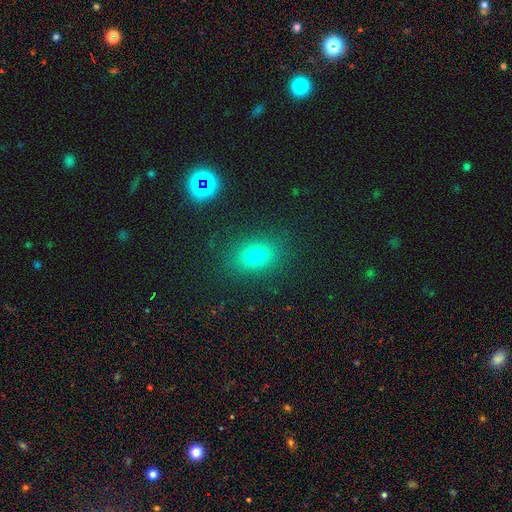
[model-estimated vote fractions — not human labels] The model was most divided on "how rounded": in between: 68%, round: 30%, cigar-shaped: 2%. More confident: merging — none (85%); smooth or featured — smooth (74%).